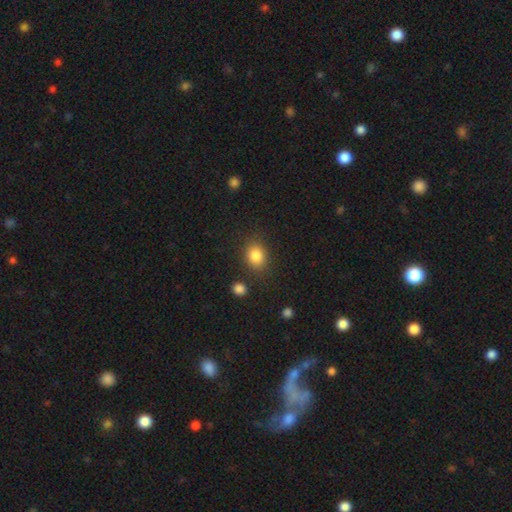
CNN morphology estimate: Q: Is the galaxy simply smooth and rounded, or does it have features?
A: smooth — 84%.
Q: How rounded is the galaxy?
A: in between — 51%.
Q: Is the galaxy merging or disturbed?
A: none — 79%.